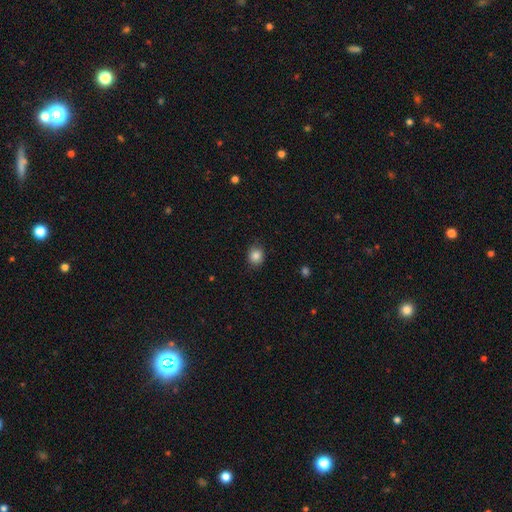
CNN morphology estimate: Smooth or featured? smooth (85%)
How rounded? round (75%)
Merging? none (85%)